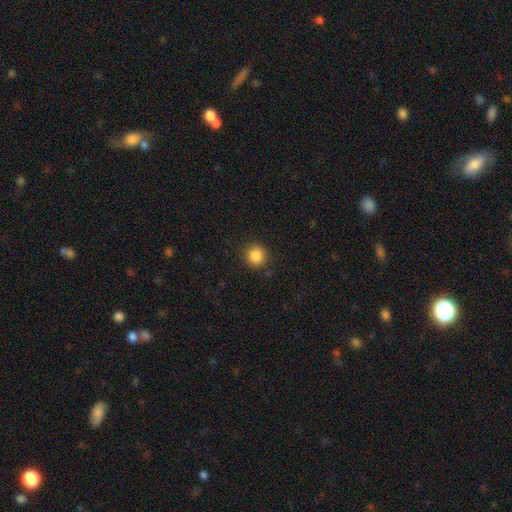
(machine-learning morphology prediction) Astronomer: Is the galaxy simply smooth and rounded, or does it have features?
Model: smooth — 86%.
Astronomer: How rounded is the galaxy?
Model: round — 92%.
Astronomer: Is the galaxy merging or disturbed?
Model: none — 89%.